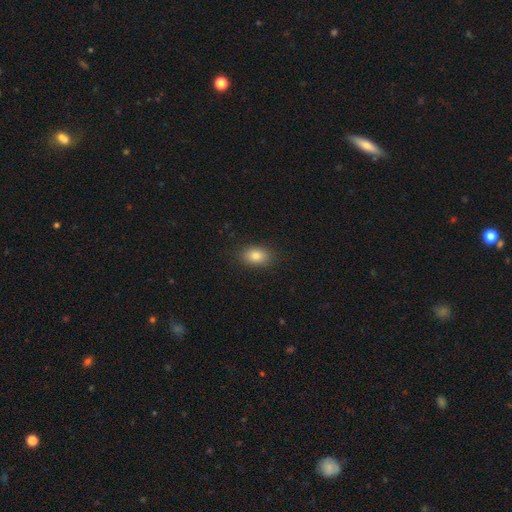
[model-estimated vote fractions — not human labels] This is clearly a smooth galaxy (84%). How rounded: clearly in between (84%). Merging: clearly none (87%).